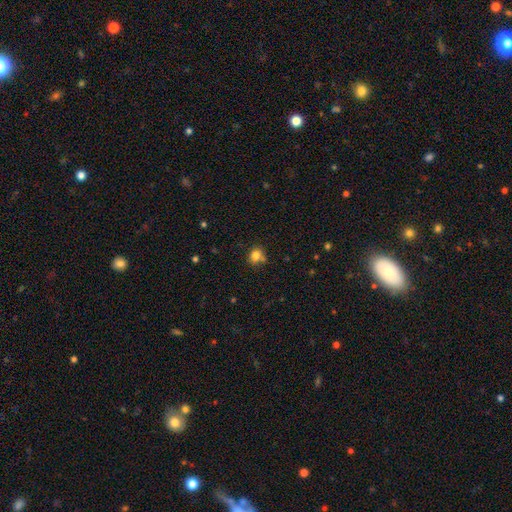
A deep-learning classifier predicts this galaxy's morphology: smooth_or_featured: smooth (p=0.80) [alt: star or artifact p=0.12]
how_rounded: round (p=0.65) [alt: in between p=0.34]
merging: none (p=0.61) [alt: minor disturbance p=0.21]